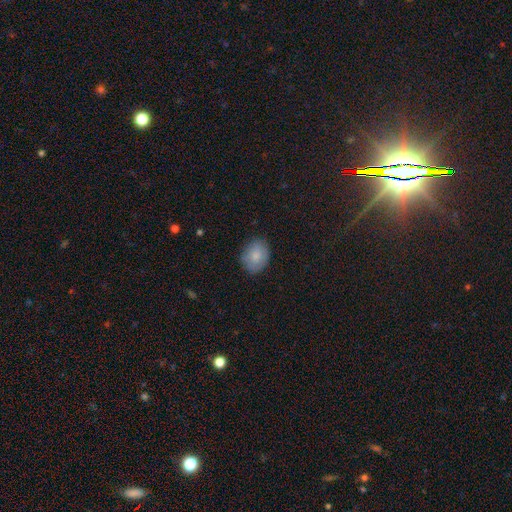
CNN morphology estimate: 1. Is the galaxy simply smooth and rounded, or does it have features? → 82% smooth, 11% featured or disk, 7% star or artifact.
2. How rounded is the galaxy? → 60% in between, 39% round, 1% cigar-shaped.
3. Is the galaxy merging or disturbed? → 81% none, 15% minor disturbance, 3% major disturbance, 1% merger.